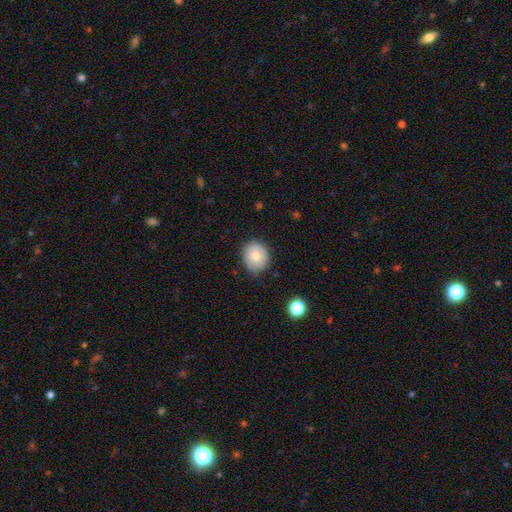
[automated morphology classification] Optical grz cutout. It shows a smooth galaxy with no disk features (78%) that is round (79%). Merging: none (80%).